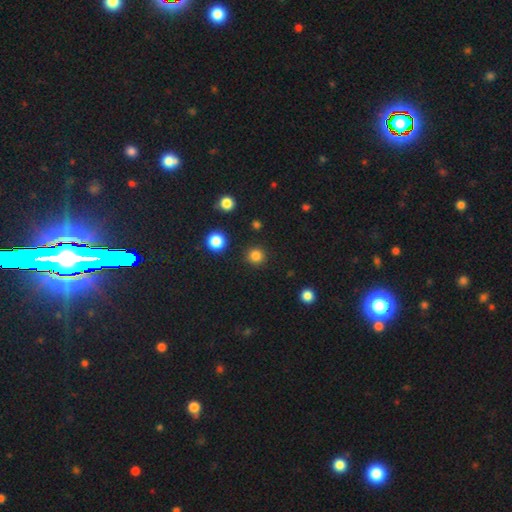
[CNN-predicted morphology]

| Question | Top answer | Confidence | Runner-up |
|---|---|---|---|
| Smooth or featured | smooth | 83% | star or artifact (14%) |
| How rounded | round | 95% | in between (4%) |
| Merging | none | 91% | minor disturbance (5%) |